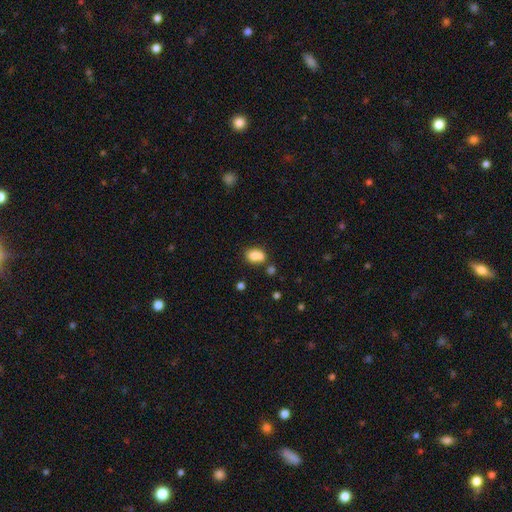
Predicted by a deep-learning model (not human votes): Smooth or featured? smooth (80%)
How rounded? in between (72%)
Merging? none (44%)